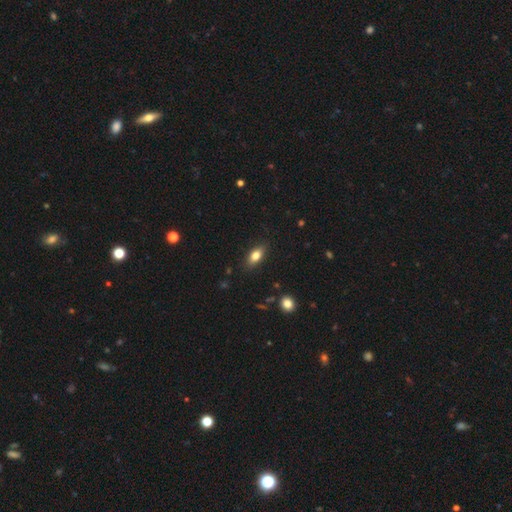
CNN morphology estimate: Smooth or featured? Predicted: smooth (p=0.79). How rounded? Predicted: in between (p=0.84). Merging? Predicted: none (p=0.85).